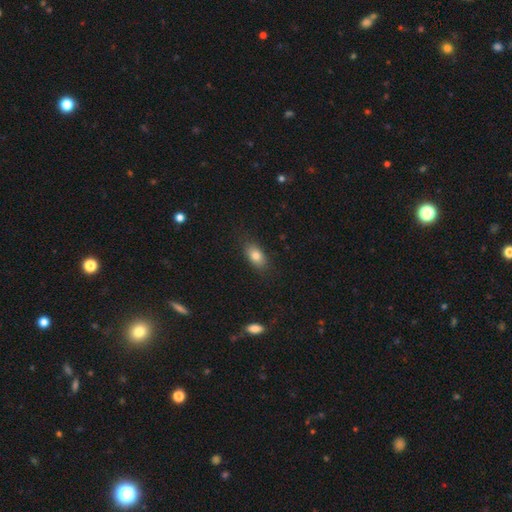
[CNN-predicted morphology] This appears to be a smooth galaxy with no disk features (80%) that is in between round and cigar-shaped (87%). Merging: none (82%).